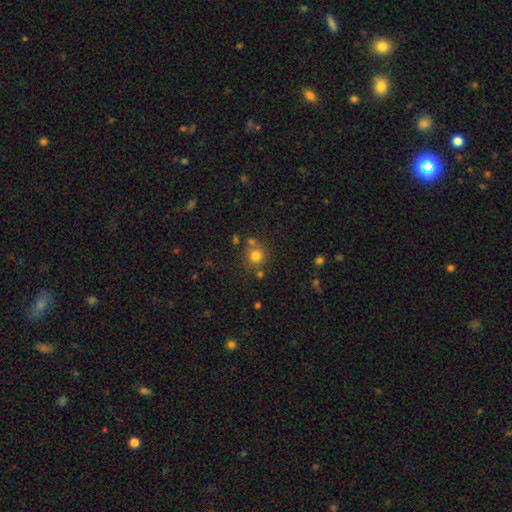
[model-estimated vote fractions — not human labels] smooth 77%, star or artifact 15%, featured or disk 8%. Down the decision tree: how rounded — round (91%); merging — none (73%).